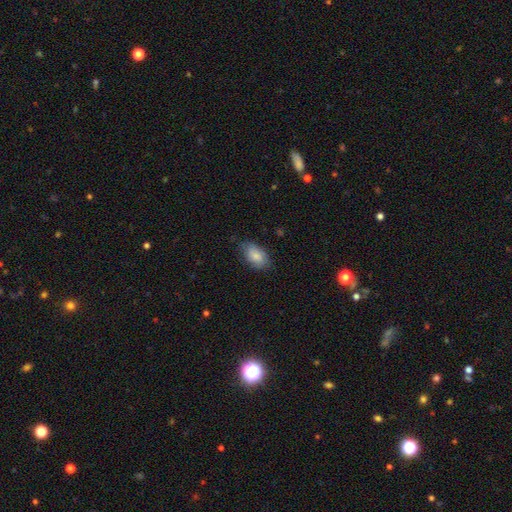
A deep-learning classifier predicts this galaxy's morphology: smooth-or-featured: smooth: 82% | featured or disk: 12% | star or artifact: 6%
  how-rounded: in between: 91% | round: 7% | cigar-shaped: 2%
  merging: none: 69% | minor disturbance: 25% | major disturbance: 5% | merger: 1%